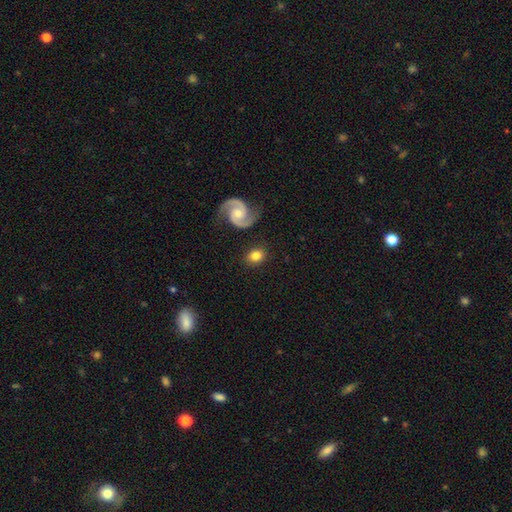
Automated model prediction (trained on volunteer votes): The model was most divided on "how rounded": in between: 50%, round: 49%, cigar-shaped: 2%. More confident: merging — none (84%); smooth or featured — smooth (66%).